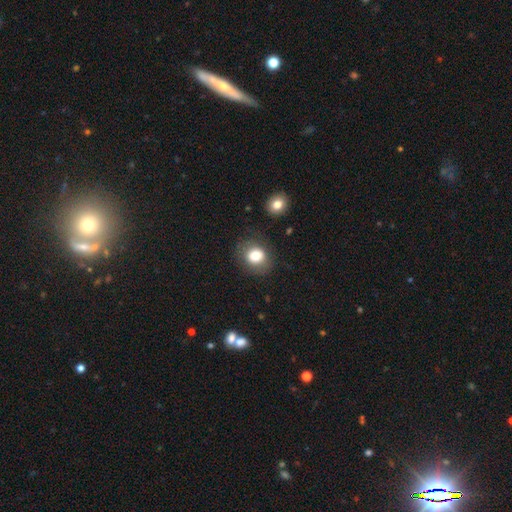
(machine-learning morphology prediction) This is likely a smooth galaxy (78%). How rounded: likely round (67%). Merging: clearly none (80%).